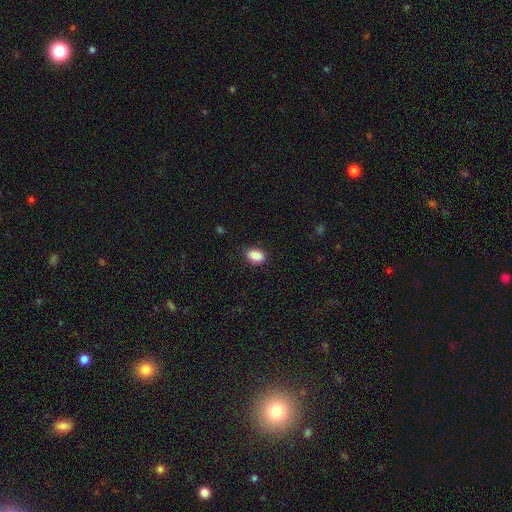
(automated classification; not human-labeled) A smooth galaxy with no disk features (89%) that is in between round and cigar-shaped (88%).

Vote fractions:
- Smooth or featured? smooth: 89% / star or artifact: 8% / featured or disk: 3%
- How rounded? in between: 88% / round: 10% / cigar-shaped: 2%
- Merging? none: 83% / minor disturbance: 13% / major disturbance: 3% / merger: 1%